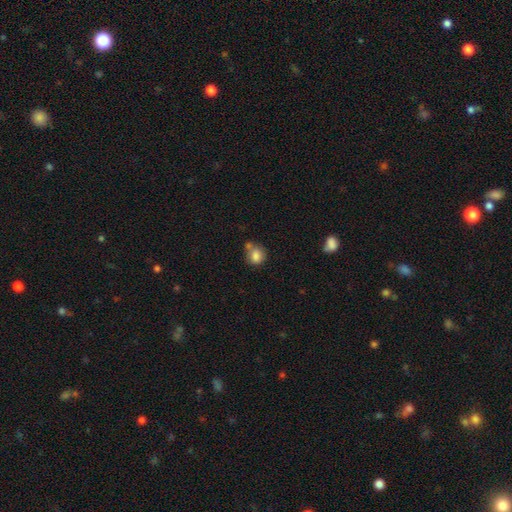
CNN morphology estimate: The model was most divided on "merging": none: 48%, merger: 26%, minor disturbance: 19%, major disturbance: 7%. More confident: smooth or featured — smooth (81%); how rounded — round (66%).